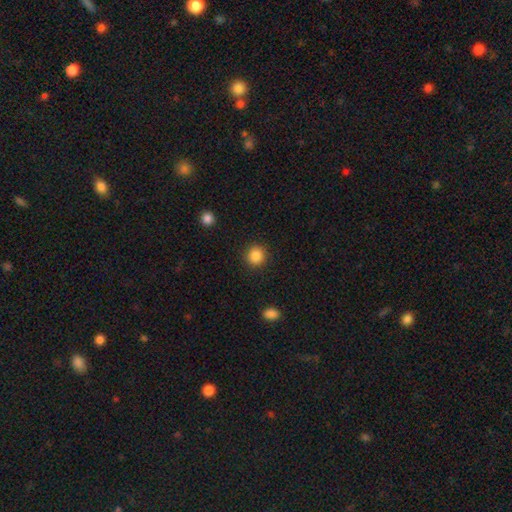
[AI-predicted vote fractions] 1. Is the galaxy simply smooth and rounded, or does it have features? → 86% smooth, 10% star or artifact, 4% featured or disk.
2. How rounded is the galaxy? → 92% round, 7% in between, 1% cigar-shaped.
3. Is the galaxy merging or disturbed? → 91% none, 5% minor disturbance, 2% major disturbance, 1% merger.